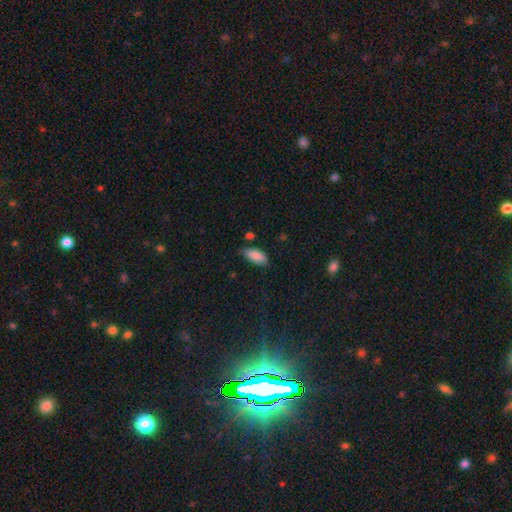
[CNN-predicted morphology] Smooth or featured?
  - smooth: 86% *
  - featured or disk: 7%
  - star or artifact: 7%
How rounded?
  - in between: 86% *
  - cigar-shaped: 12%
  - round: 2%
Merging?
  - none: 64% *
  - minor disturbance: 28%
  - major disturbance: 5%
  - merger: 3%